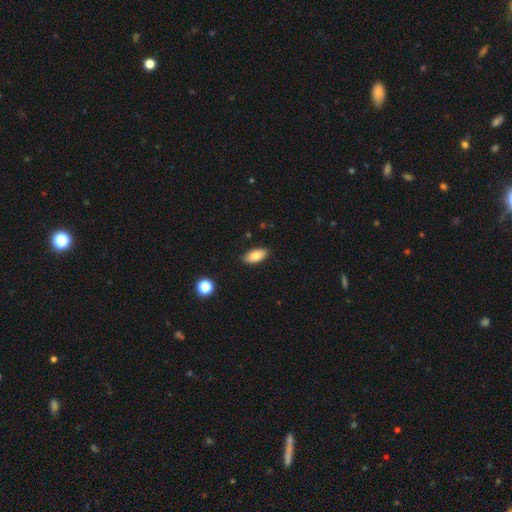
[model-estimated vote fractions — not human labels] Q: Smooth or featured?
A: smooth (84%); runner-up: featured or disk (9%)
Q: How rounded?
A: in between (90%); runner-up: cigar-shaped (7%)
Q: Merging?
A: none (87%); runner-up: minor disturbance (10%)